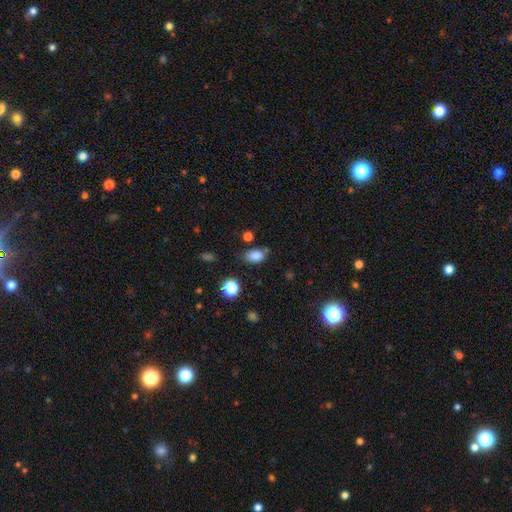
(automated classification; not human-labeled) This is clearly a smooth galaxy (82%). How rounded: clearly in between (84%). Merging: likely none (71%).